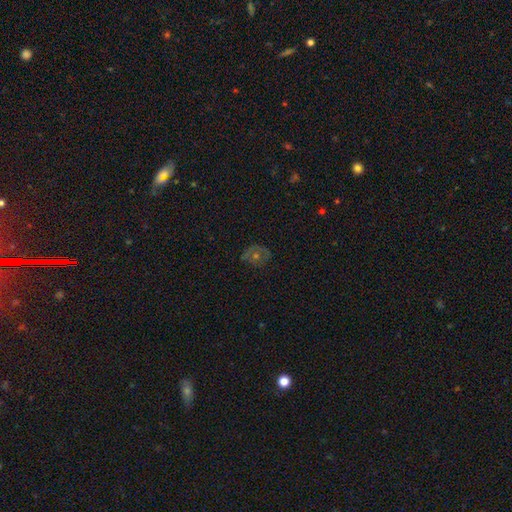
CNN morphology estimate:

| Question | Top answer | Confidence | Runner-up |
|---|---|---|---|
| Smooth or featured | featured or disk | 47% | smooth (34%) |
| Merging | none | 76% | minor disturbance (16%) |